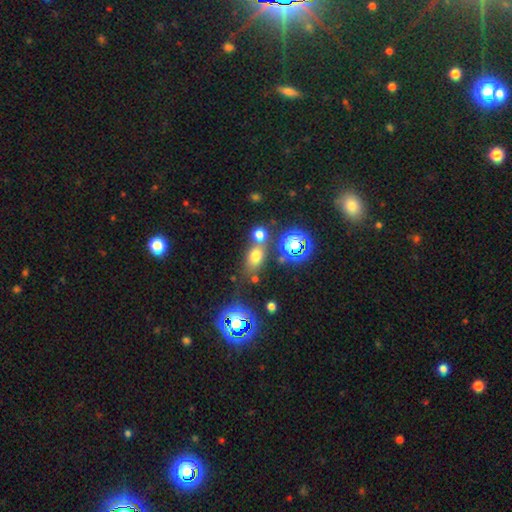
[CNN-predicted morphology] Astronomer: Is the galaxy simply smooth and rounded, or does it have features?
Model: smooth — 61%.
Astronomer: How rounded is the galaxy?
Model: in between — 59% (runner-up: round, 37%).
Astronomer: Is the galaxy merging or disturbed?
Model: none — 55%.